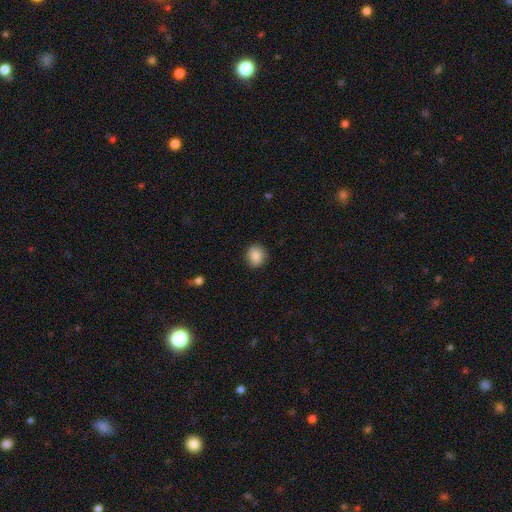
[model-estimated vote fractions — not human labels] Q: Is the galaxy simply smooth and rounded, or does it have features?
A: smooth — 84%.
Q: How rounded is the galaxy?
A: round — 76%.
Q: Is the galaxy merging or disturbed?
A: none — 86%.